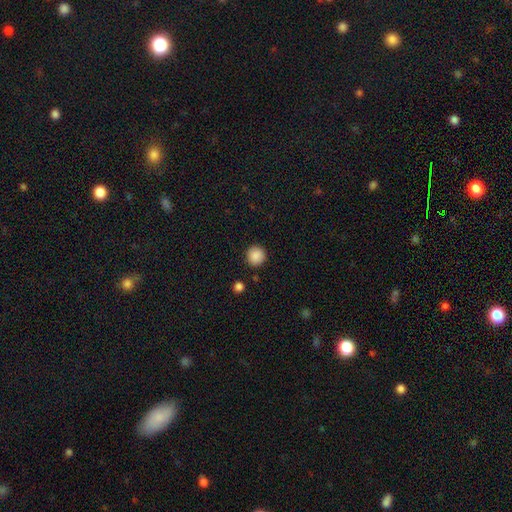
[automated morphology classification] A smooth galaxy with no disk features (89%) that is round (93%).

Vote fractions:
- Smooth or featured? smooth: 89% / star or artifact: 8% / featured or disk: 3%
- How rounded? round: 93% / in between: 6% / cigar-shaped: 1%
- Merging? none: 91% / minor disturbance: 6% / major disturbance: 2% / merger: 2%